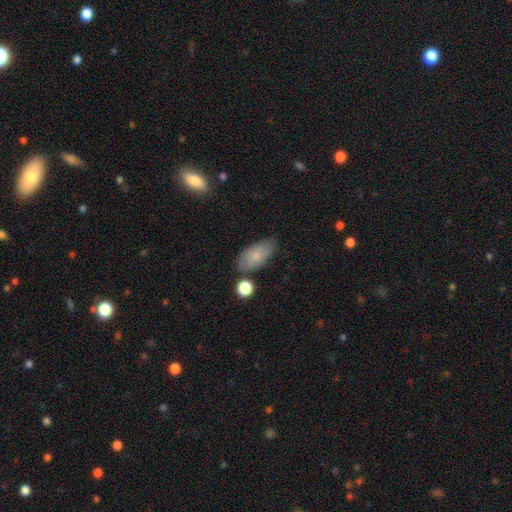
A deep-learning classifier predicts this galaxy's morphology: Smooth or featured? smooth (78%)
How rounded? in between (92%)
Merging? none (72%)